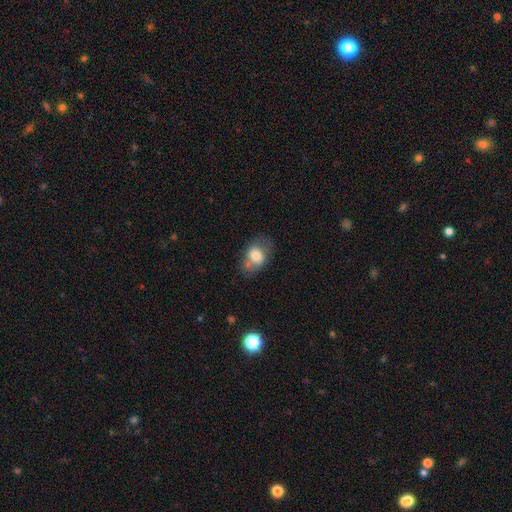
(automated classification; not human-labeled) smooth_or_featured: smooth (p=0.73) [alt: featured or disk p=0.19]
how_rounded: in between (p=0.69) [alt: round p=0.29]
merging: none (p=0.52) [alt: minor disturbance p=0.25]